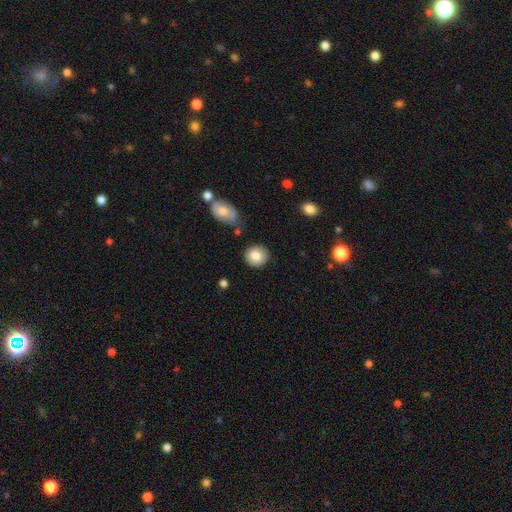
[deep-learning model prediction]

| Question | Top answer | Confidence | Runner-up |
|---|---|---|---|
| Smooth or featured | smooth | 79% | featured or disk (13%) |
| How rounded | round | 85% | in between (14%) |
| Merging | none | 84% | minor disturbance (10%) |